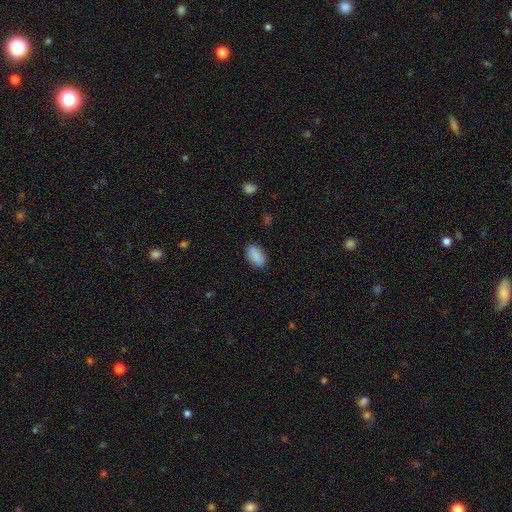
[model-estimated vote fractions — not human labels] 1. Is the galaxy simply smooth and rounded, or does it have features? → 90% smooth, 7% star or artifact, 3% featured or disk.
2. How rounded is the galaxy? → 92% in between, 6% round, 2% cigar-shaped.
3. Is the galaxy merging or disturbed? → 86% none, 10% minor disturbance, 2% major disturbance, 1% merger.